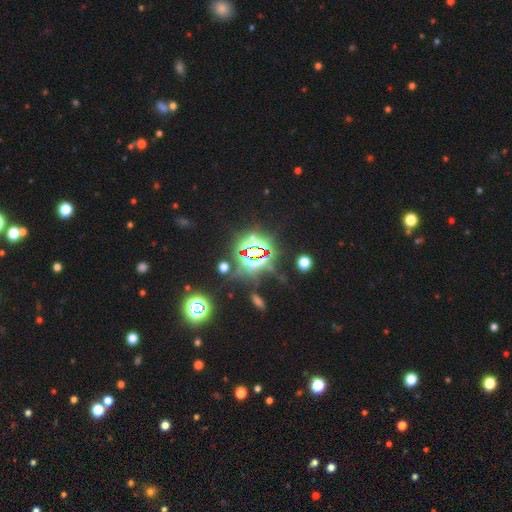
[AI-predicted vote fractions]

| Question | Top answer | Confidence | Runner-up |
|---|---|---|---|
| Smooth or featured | star or artifact | 83% | smooth (9%) |